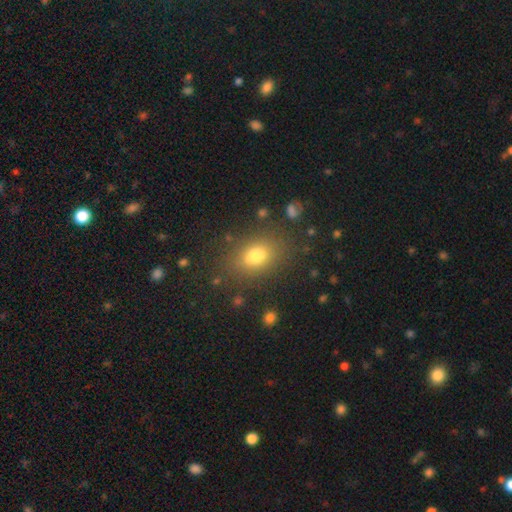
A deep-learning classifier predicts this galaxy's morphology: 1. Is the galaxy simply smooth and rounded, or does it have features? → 75% smooth, 13% star or artifact, 11% featured or disk.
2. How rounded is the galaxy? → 70% in between, 28% round, 2% cigar-shaped.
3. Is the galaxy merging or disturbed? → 78% none, 12% minor disturbance, 6% major disturbance, 4% merger.